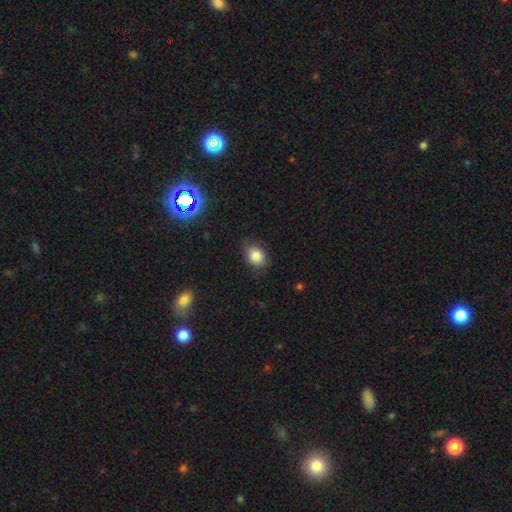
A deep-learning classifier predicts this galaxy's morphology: smooth 83%, star or artifact 11%, featured or disk 7%. Down the decision tree: how rounded — in between (52%); merging — none (80%).